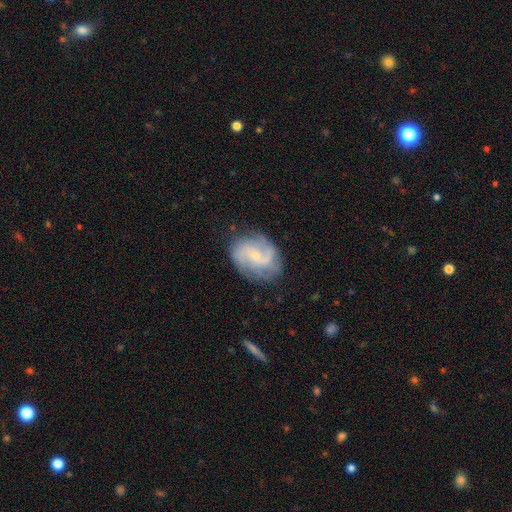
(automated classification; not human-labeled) The model was most divided on "bar": no: 47%, weak: 44%, strong: 9%. Remaining: edge-on disk — no (97%); spiral arms — yes (94%); smooth or featured — featured or disk (78%); merging — none (74%); spiral arm count — 2 (73%); bulge size — small (71%); spiral winding — medium (47%).